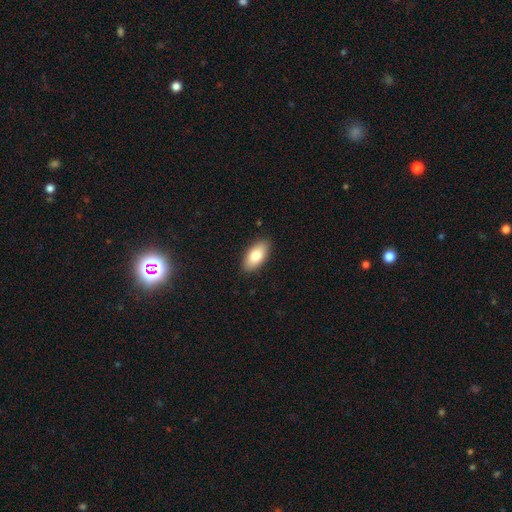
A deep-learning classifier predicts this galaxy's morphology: Smooth or featured? Predicted: smooth (p=0.81). How rounded? Predicted: in between (p=0.92). Merging? Predicted: none (p=0.89).